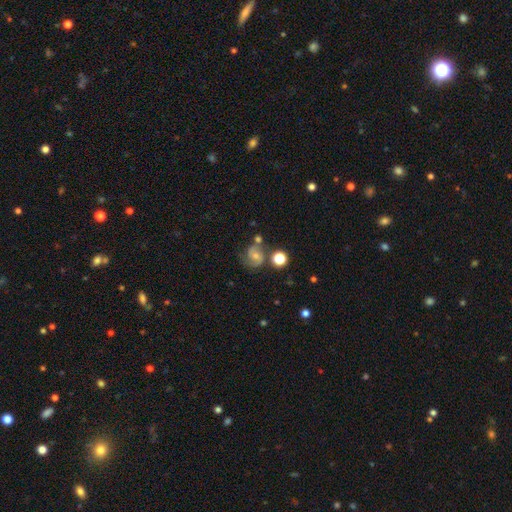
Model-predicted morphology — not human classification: featured or disk 68%, smooth 22%, star or artifact 10%. Down the decision tree: edge-on disk — no (98%); bar — no (63%); spiral arms — yes (93%); spiral arm count — 2 (79%); spiral winding — medium (48%); bulge size — small (48%); merging — none (58%).